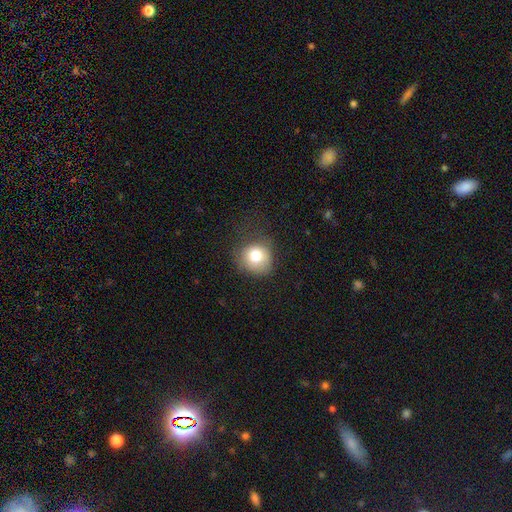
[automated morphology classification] A smooth galaxy with no disk features (77%) that is round (83%). Merging: none (69%).